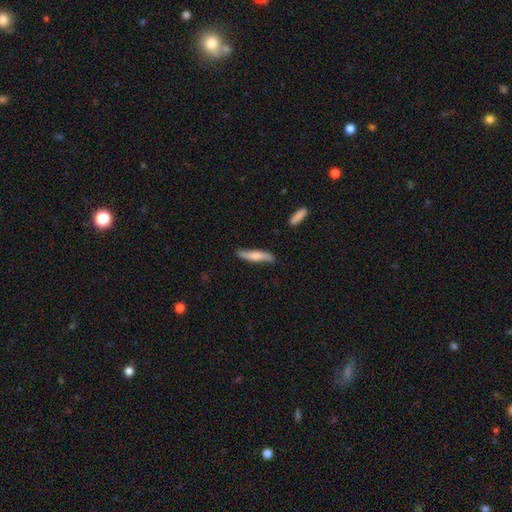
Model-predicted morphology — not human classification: smooth_or_featured: smooth (p=0.60) [alt: featured or disk p=0.35]
how_rounded: cigar-shaped (p=0.88) [alt: in between p=0.11]
merging: none (p=0.83) [alt: minor disturbance p=0.13]